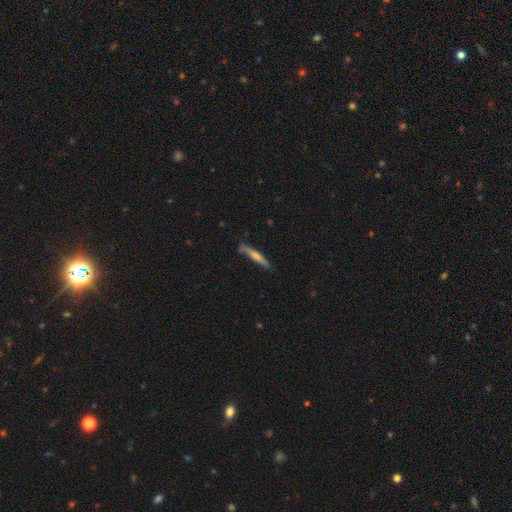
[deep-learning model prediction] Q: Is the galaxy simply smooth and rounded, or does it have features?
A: featured or disk — 57%.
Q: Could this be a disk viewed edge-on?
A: yes — 94%.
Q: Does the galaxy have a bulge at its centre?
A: rounded — 69%.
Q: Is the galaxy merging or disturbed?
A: none — 80%.